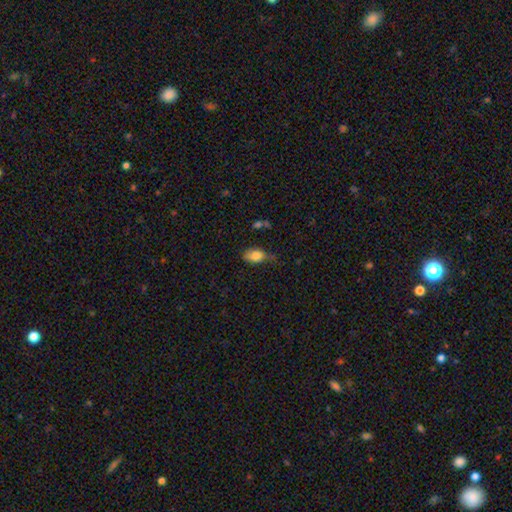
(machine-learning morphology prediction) This is clearly a smooth galaxy (83%). How rounded: clearly in between (89%). Merging: possibly none (58%).